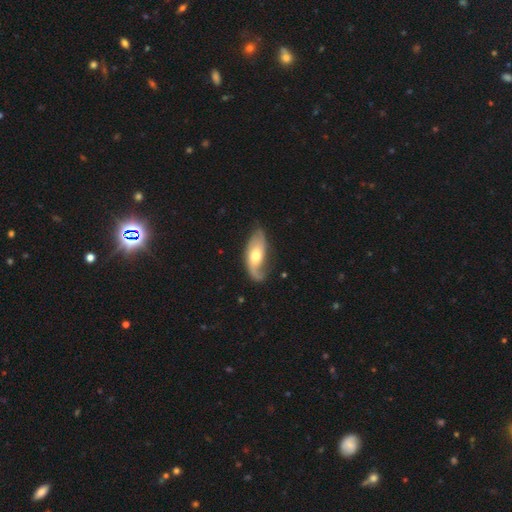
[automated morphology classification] The model was most divided on "spiral winding": loose: 54%, medium: 30%, tight: 15%. More confident: edge-on disk — no (89%); spiral arms — yes (87%); bar — no (70%); bulge size — moderate (70%); smooth or featured — featured or disk (67%); spiral arm count — 2 (61%); merging — none (54%).